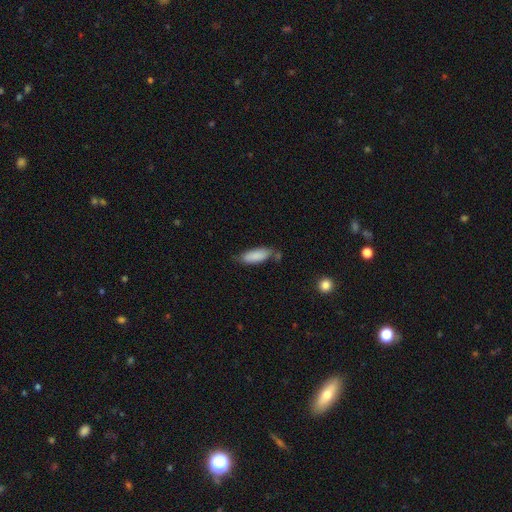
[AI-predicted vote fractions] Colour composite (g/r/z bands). It shows a smooth galaxy with no disk features (86%) that is in between round and cigar-shaped (68%). Merging: none (63%).